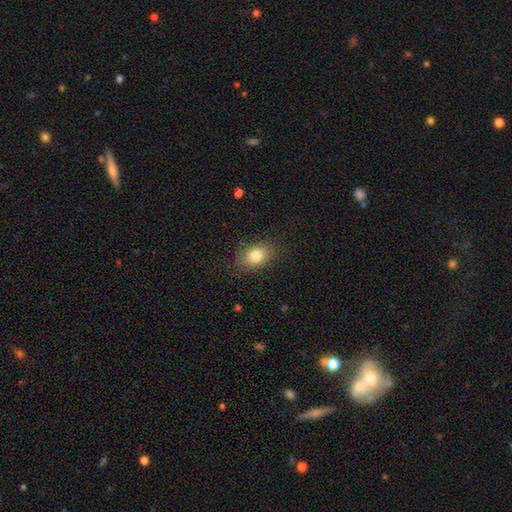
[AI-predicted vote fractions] A smooth galaxy with no disk features (82%) that is in between round and cigar-shaped (75%).

Vote fractions:
- Smooth or featured? smooth: 82% / star or artifact: 9% / featured or disk: 9%
- How rounded? in between: 75% / round: 24% / cigar-shaped: 1%
- Merging? none: 83% / minor disturbance: 12% / major disturbance: 4% / merger: 1%